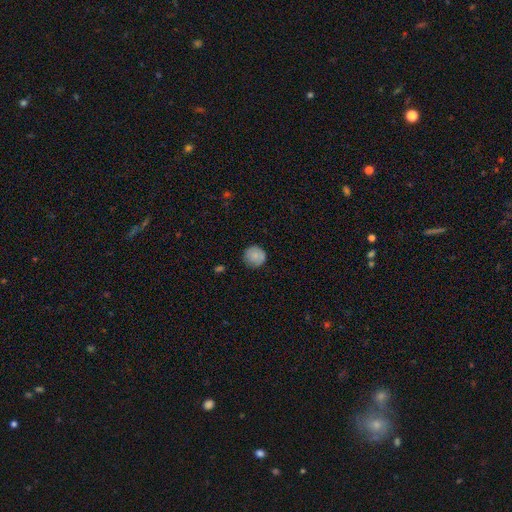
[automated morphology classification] This is likely a smooth galaxy (80%). How rounded: clearly round (94%). Merging: clearly none (84%).